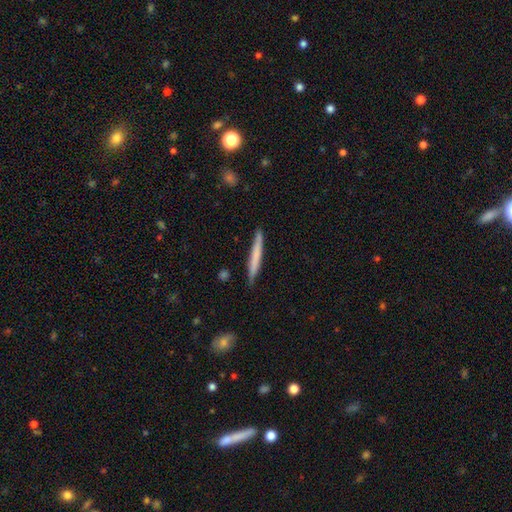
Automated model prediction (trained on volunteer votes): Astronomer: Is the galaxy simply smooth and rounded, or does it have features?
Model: smooth — 64%.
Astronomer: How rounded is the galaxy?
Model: cigar-shaped — 97%.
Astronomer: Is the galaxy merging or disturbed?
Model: none — 88%.